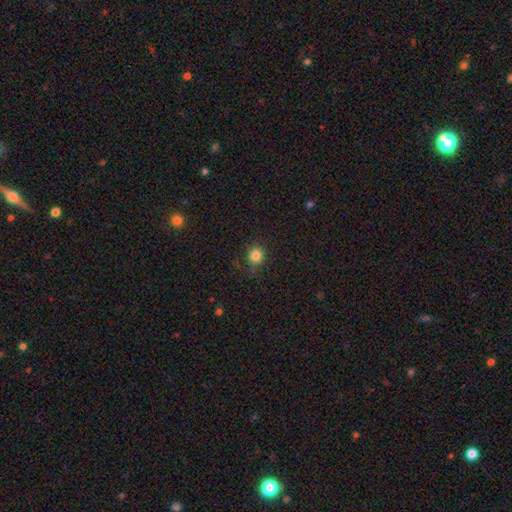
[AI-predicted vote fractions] smooth 83%, star or artifact 12%, featured or disk 5%. Down the decision tree: how rounded — round (89%); merging — none (80%).